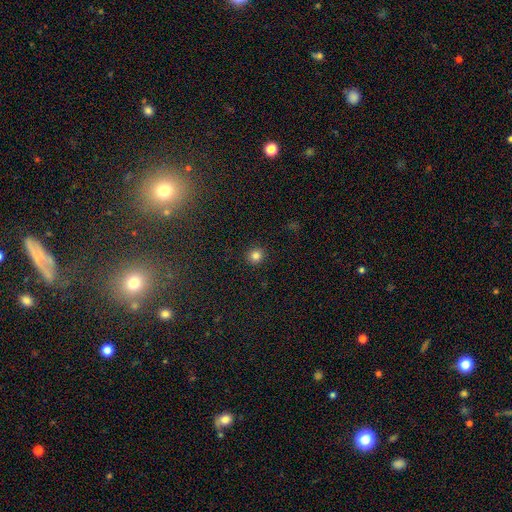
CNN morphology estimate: Smooth or featured? Predicted: smooth (p=0.83). How rounded? Predicted: round (p=0.92). Merging? Predicted: none (p=0.92).